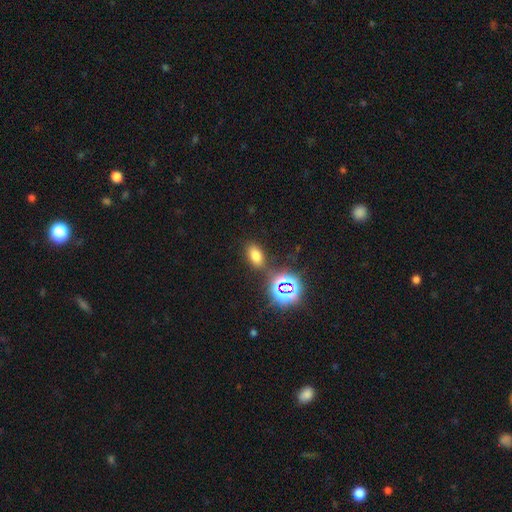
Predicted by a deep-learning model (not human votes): Smooth or featured: smooth — 64% (star or artifact — 28%)
How rounded: in between — 85% (round — 12%)
Merging: none — 80% (minor disturbance — 10%)